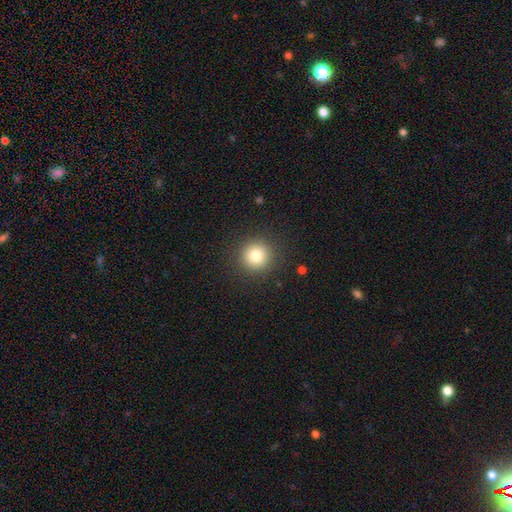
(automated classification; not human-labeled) Q: Smooth or featured?
A: smooth (80%); runner-up: star or artifact (12%)
Q: How rounded?
A: round (95%); runner-up: in between (4%)
Q: Merging?
A: none (90%); runner-up: minor disturbance (6%)